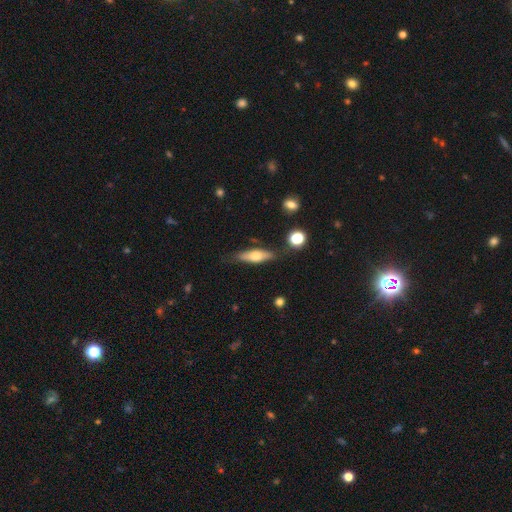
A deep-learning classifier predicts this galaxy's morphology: A smooth galaxy with no disk features (52%) that is cigar-shaped (54%).

Vote fractions:
- Smooth or featured? smooth: 52% / featured or disk: 41% / star or artifact: 7%
- How rounded? cigar-shaped: 54% / in between: 43% / round: 3%
- Merging? none: 75% / minor disturbance: 17% / major disturbance: 4% / merger: 3%